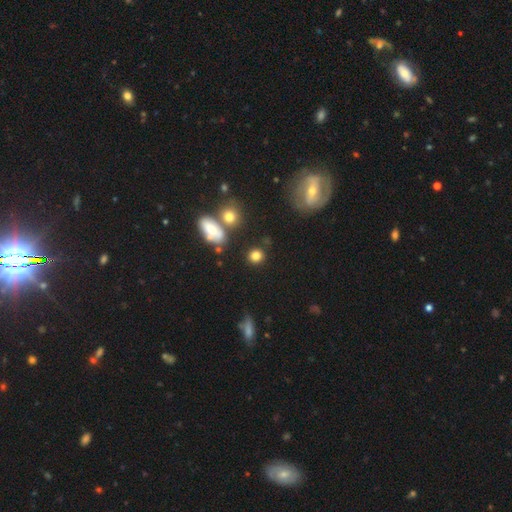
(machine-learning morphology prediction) Smooth or featured?
  - smooth: 80% *
  - star or artifact: 12%
  - featured or disk: 8%
How rounded?
  - round: 82% *
  - in between: 16%
  - cigar-shaped: 2%
Merging?
  - none: 77% *
  - minor disturbance: 11%
  - merger: 8%
  - major disturbance: 4%